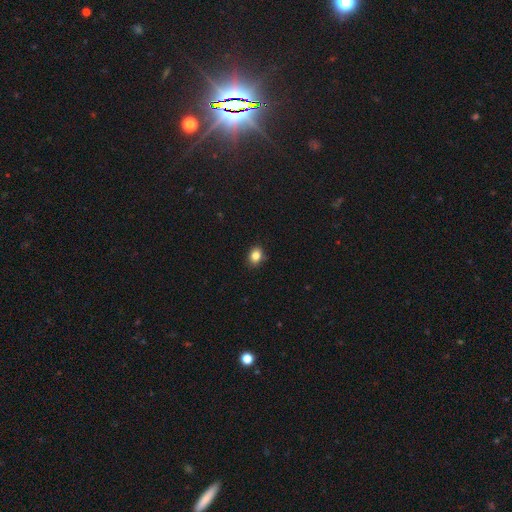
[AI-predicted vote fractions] smooth 85%, star or artifact 10%, featured or disk 5%. Down the decision tree: how rounded — in between (62%); merging — none (86%).